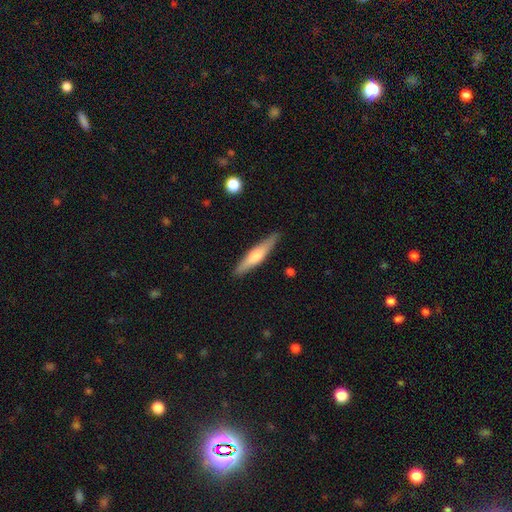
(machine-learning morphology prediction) A featured or disk galaxy (48%).

Vote fractions:
- Smooth or featured? featured or disk: 48% / smooth: 47% / star or artifact: 5%
- Merging? none: 89% / minor disturbance: 8% / major disturbance: 2% / merger: 1%